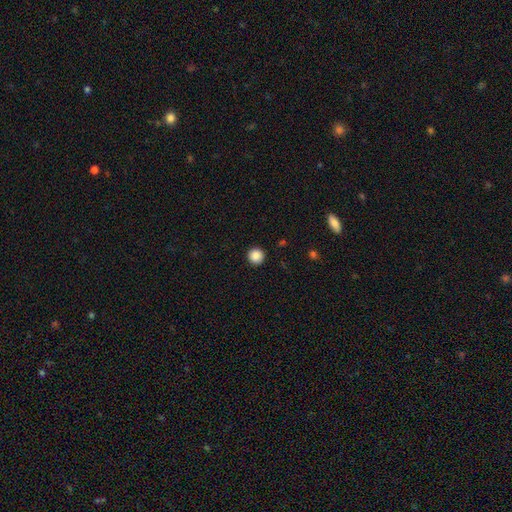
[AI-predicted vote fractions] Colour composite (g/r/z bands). It shows a smooth galaxy with no disk features (88%) that is round (96%). Merging: none (93%).